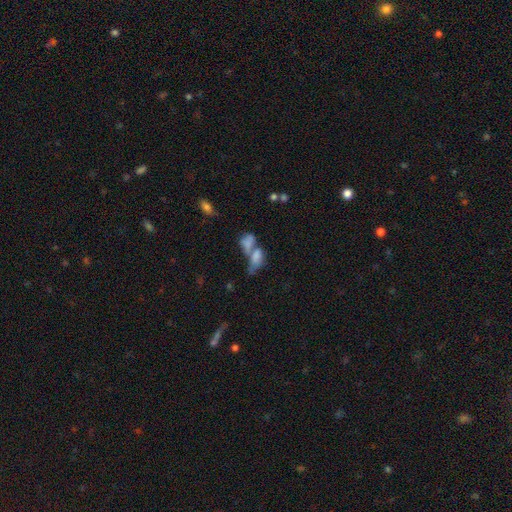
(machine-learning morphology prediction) type=smooth (61%); roundness=in between (81%); merging=merger (63%).